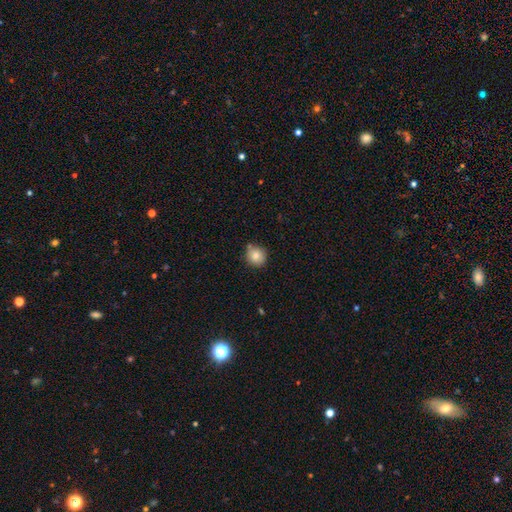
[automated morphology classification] Q: Smooth or featured?
A: smooth (80%); runner-up: star or artifact (10%)
Q: How rounded?
A: round (89%); runner-up: in between (10%)
Q: Merging?
A: none (77%); runner-up: minor disturbance (14%)